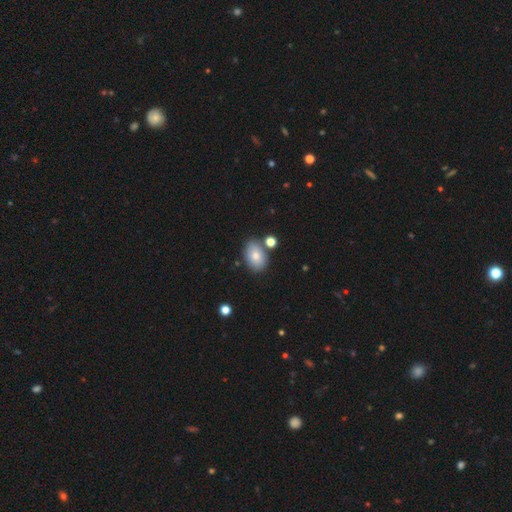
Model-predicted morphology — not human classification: type=smooth (78%); roundness=in between (84%); merging=none (74%).